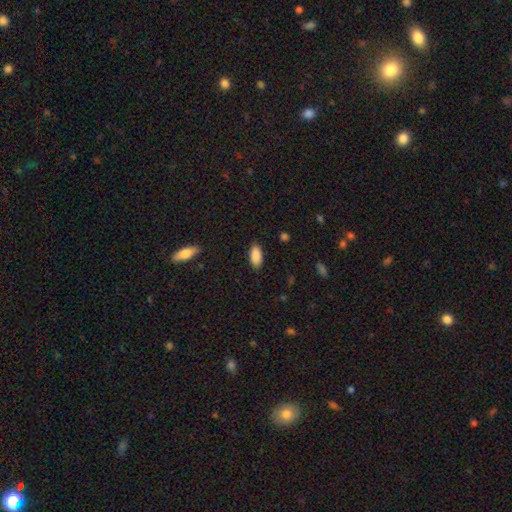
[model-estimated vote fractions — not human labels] Morphology: type=smooth (89%); roundness=in between (90%); merging=none (87%).